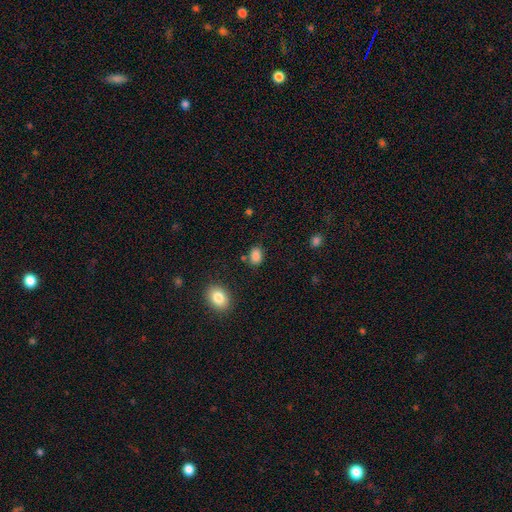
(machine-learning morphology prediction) This appears to be a smooth galaxy with no disk features (85%) that is in between round and cigar-shaped (71%). Merging: none (77%).